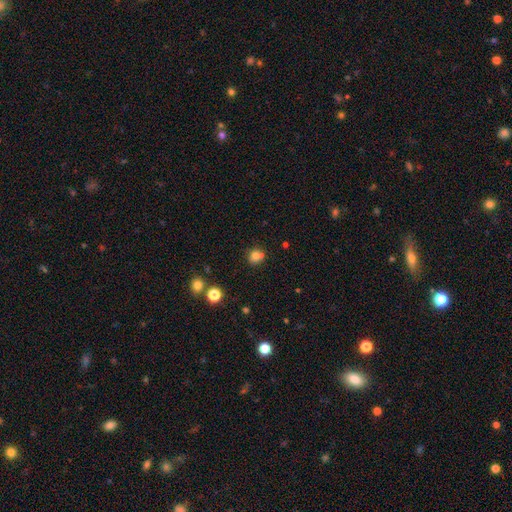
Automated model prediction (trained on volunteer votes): Morphology: type=smooth (75%); roundness=round (76%); merging=none (56%).